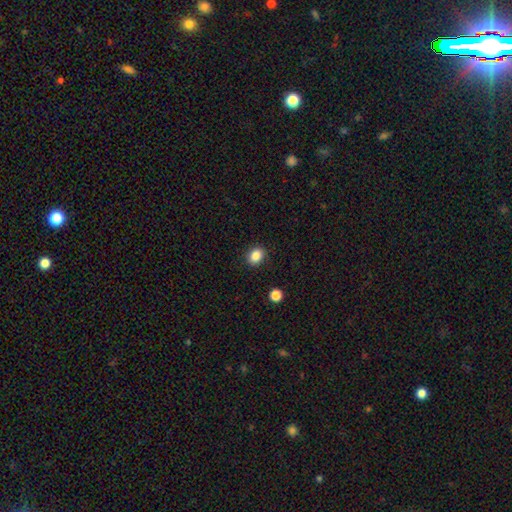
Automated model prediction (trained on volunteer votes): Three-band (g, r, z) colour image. It shows a smooth galaxy with no disk features (86%) that is in between round and cigar-shaped (56%). Merging: none (88%).